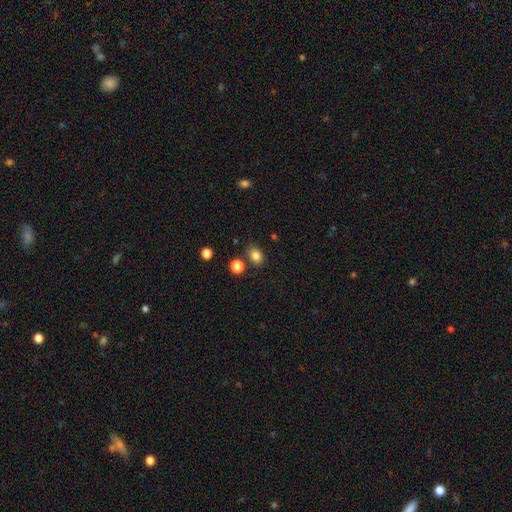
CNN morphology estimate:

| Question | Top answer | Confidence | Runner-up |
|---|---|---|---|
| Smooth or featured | smooth | 83% | star or artifact (12%) |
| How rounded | in between | 56% | round (43%) |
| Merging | none | 78% | minor disturbance (12%) |